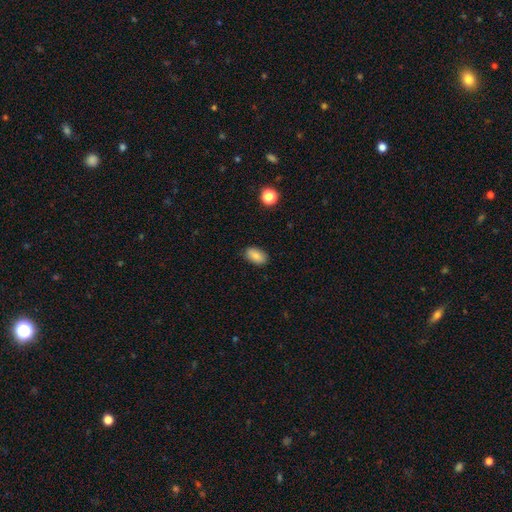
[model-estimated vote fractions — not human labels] This appears to be a smooth galaxy with no disk features (83%) that is in between round and cigar-shaped (92%). Merging: none (87%).